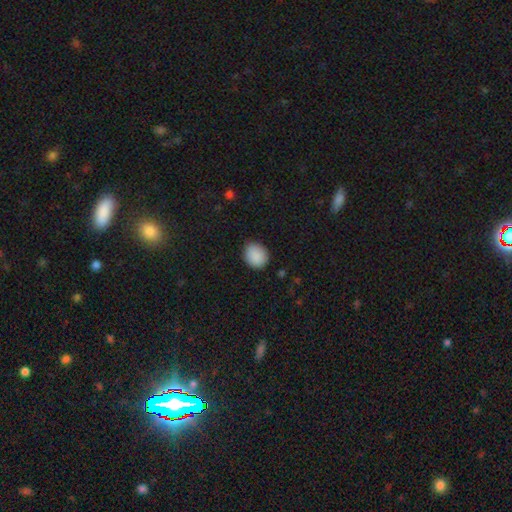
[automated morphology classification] The model was most divided on "how rounded": round: 60%, in between: 39%, cigar-shaped: 1%. More confident: smooth or featured — smooth (89%); merging — none (83%).